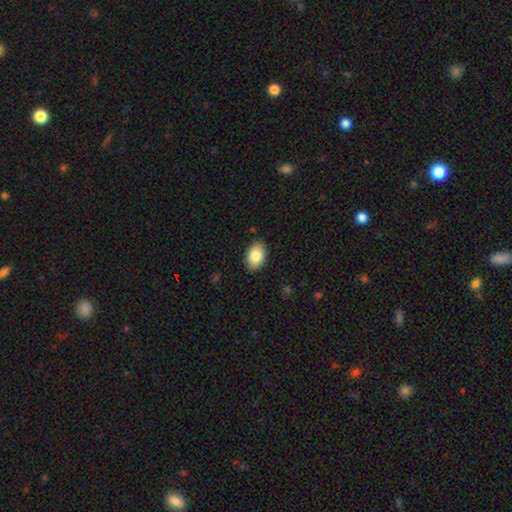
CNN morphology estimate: type=smooth (83%); roundness=in between (88%); merging=none (88%).